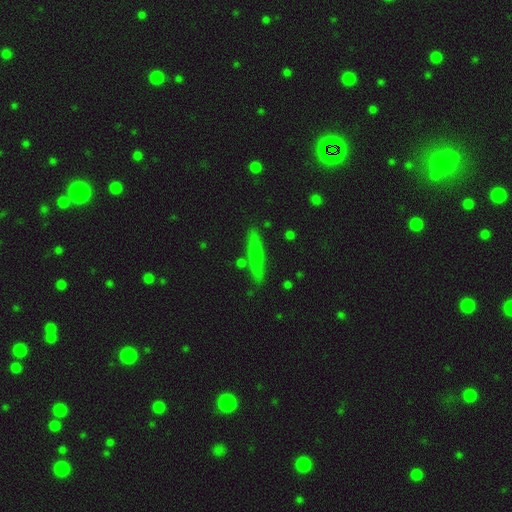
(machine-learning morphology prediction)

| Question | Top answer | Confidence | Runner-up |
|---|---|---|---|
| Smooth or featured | smooth | 62% | featured or disk (30%) |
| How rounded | cigar-shaped | 87% | in between (11%) |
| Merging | none | 83% | minor disturbance (11%) |